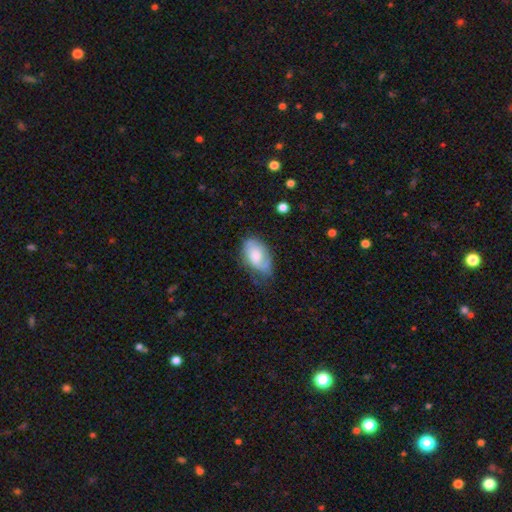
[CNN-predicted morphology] Smooth or featured: smooth — 53% (featured or disk — 40%)
How rounded: in between — 92% (round — 7%)
Merging: none — 52% (minor disturbance — 32%)